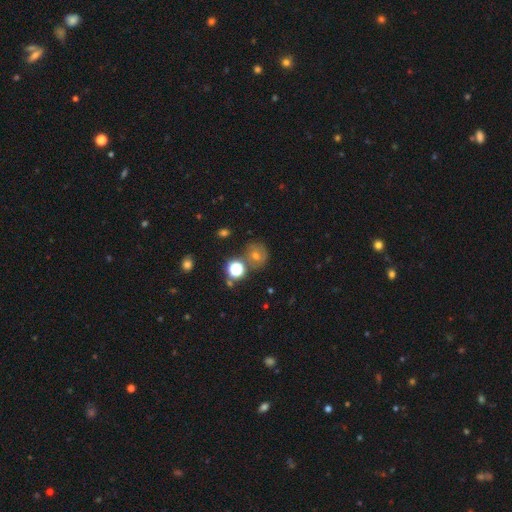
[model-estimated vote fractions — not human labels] smooth_or_featured: smooth (p=0.43) [alt: star or artifact p=0.33]
merging: none (p=0.70) [alt: minor disturbance p=0.14]